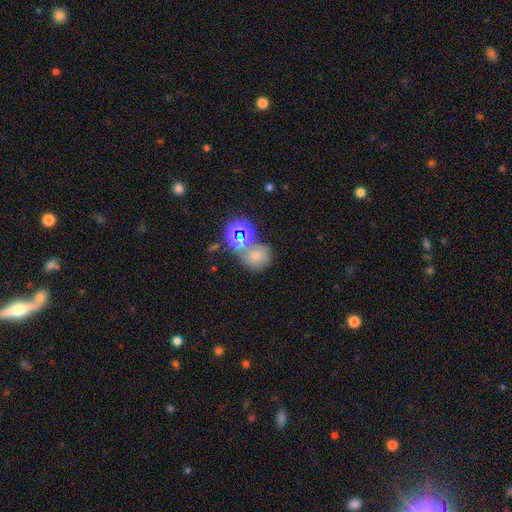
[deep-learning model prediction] A smooth galaxy with no disk features (63%) that is round (76%). Merging: none (52%).